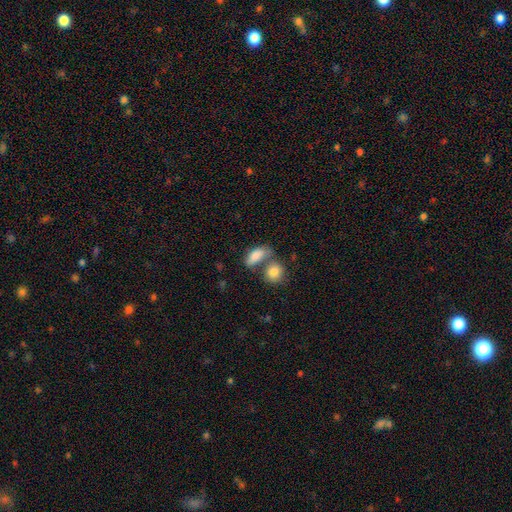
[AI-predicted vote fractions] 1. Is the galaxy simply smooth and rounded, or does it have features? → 83% smooth, 10% featured or disk, 7% star or artifact.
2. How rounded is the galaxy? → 81% in between, 10% cigar-shaped, 8% round.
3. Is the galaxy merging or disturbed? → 46% merger, 36% none, 12% minor disturbance, 6% major disturbance.